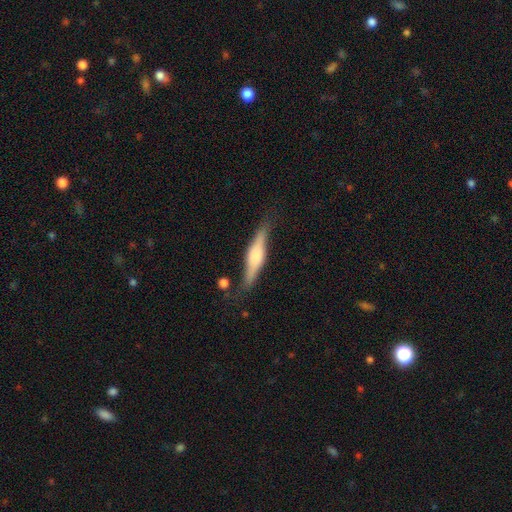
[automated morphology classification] A featured or disk galaxy (56%) viewed edge-on (93%) with a rounded central bulge (72%). Merging: none (75%).